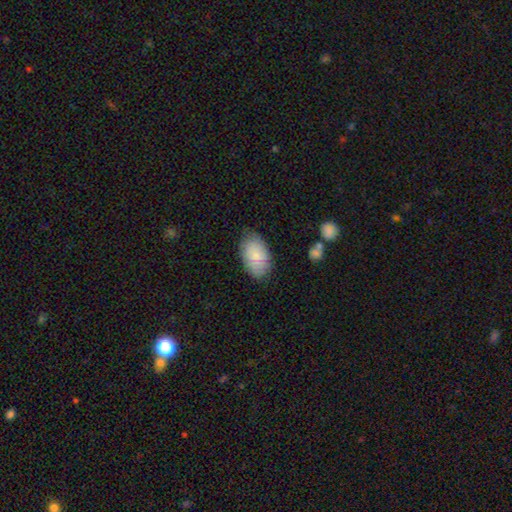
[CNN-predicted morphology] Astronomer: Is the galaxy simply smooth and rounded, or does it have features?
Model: smooth — 81%.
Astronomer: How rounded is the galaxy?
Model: in between — 93%.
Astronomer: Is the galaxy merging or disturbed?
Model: none — 77%.